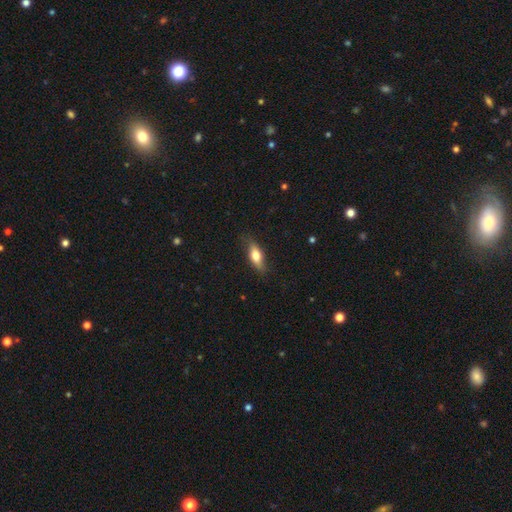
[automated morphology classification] smooth-or-featured: smooth: 70% | featured or disk: 24% | star or artifact: 7%
  how-rounded: in between: 71% | cigar-shaped: 26% | round: 4%
  merging: none: 77% | minor disturbance: 18% | major disturbance: 4% | merger: 1%